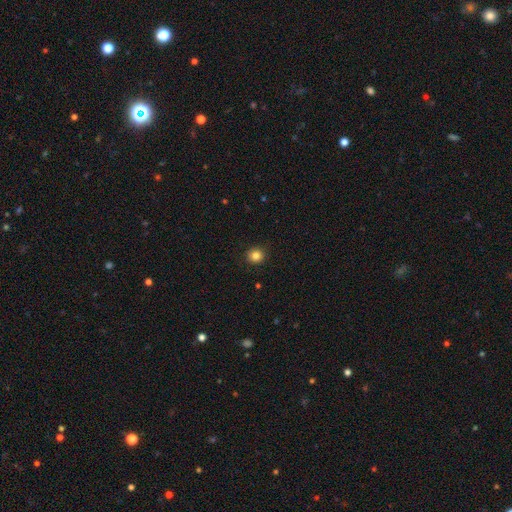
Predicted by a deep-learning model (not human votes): A smooth galaxy with no disk features (84%) that is round (91%).

Vote fractions:
- Smooth or featured? smooth: 84% / star or artifact: 12% / featured or disk: 4%
- How rounded? round: 91% / in between: 8% / cigar-shaped: 1%
- Merging? none: 92% / minor disturbance: 5% / major disturbance: 2% / merger: 1%